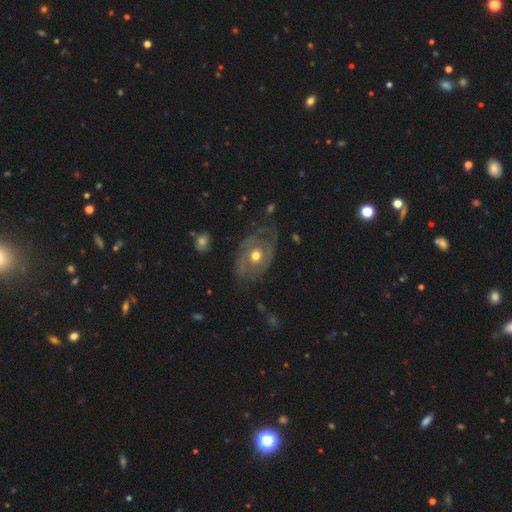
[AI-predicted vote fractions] A featured or disk galaxy (77%) with no bar (84%), 2 (40%) tight (59%) spiral arms (71%) and a moderate central bulge (79%). Merging: none (62%).